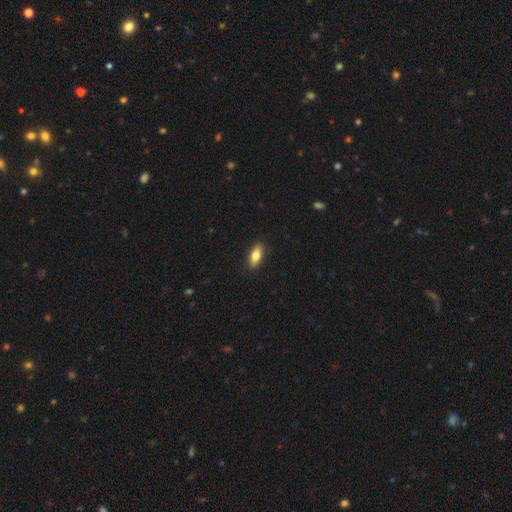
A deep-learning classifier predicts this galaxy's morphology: Smooth or featured? smooth (78%)
How rounded? in between (79%)
Merging? none (89%)